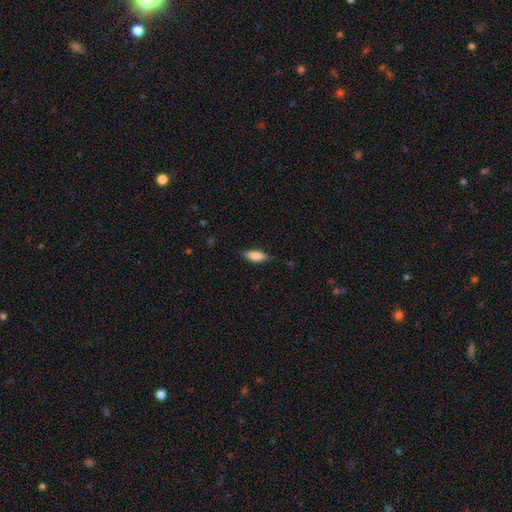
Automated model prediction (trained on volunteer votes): Overall: smooth (77%). How rounded: in between (67%; cigar-shaped 31%). Merging: none (76%).